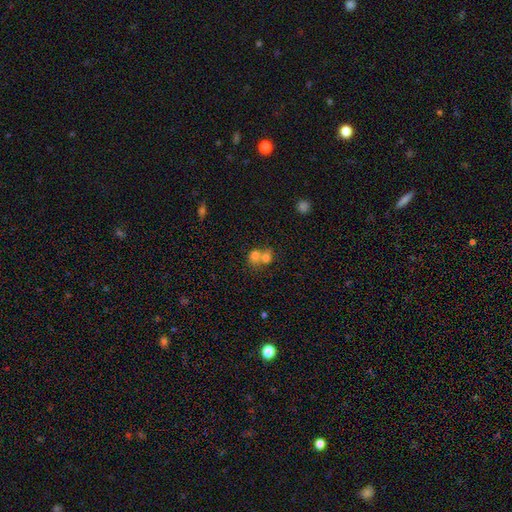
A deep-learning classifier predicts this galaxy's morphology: The model was most divided on "how rounded": round: 70%, in between: 29%, cigar-shaped: 1%. More confident: smooth or featured — smooth (72%); merging — merger (66%).